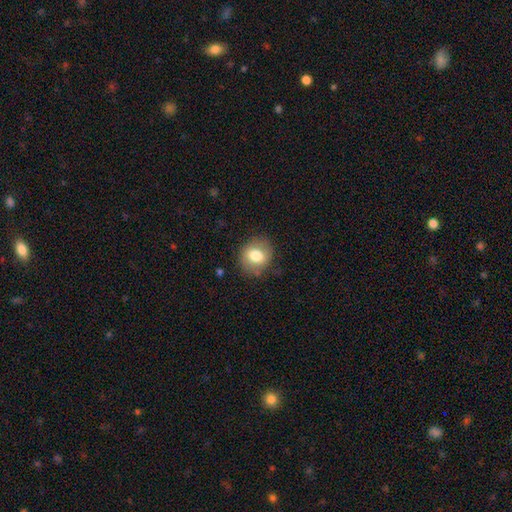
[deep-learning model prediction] Overall: smooth (76%). How rounded: round (72%). Merging: none (82%).